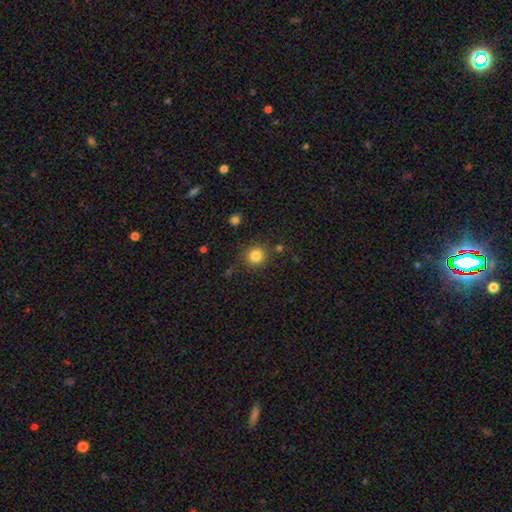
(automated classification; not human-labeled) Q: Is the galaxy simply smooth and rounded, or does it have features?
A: smooth — 83%.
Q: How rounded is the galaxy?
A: round — 92%.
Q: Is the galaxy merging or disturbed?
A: none — 85%.